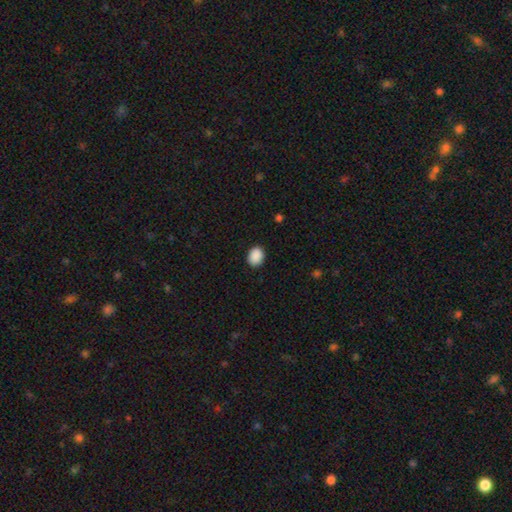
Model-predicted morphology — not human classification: Overall: smooth (90%). How rounded: in between (55%; round 44%). Merging: none (89%).